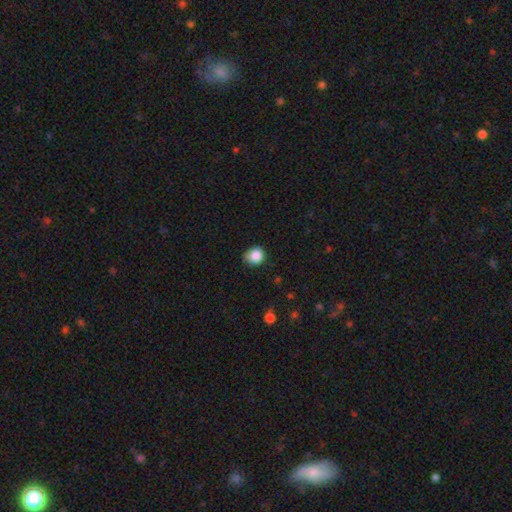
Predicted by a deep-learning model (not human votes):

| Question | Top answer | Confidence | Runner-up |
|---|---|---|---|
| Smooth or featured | smooth | 86% | star or artifact (10%) |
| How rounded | round | 80% | in between (19%) |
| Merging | none | 61% | minor disturbance (32%) |